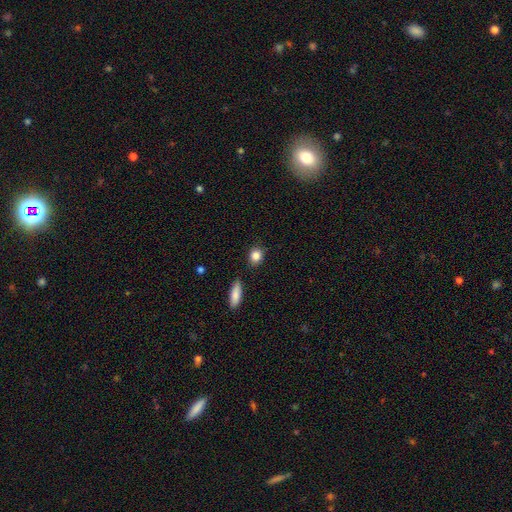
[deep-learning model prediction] A smooth galaxy with no disk features (85%) that is round (64%). Merging: none (84%).